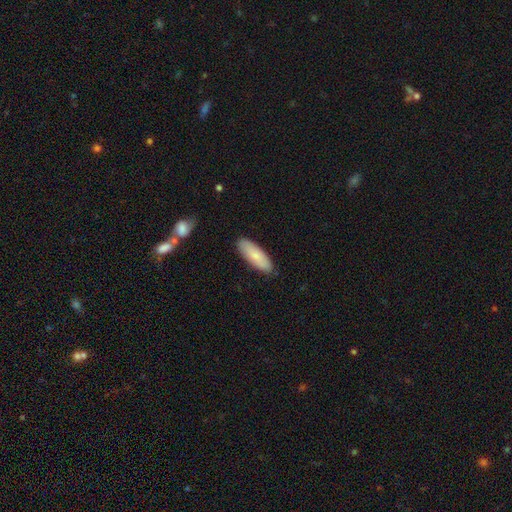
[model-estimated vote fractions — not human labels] A smooth galaxy with no disk features (79%) that is in between round and cigar-shaped (64%). Merging: none (87%).